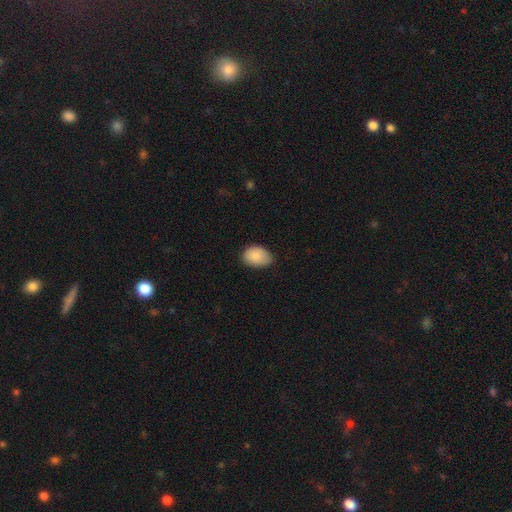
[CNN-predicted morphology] smooth_or_featured: smooth (p=0.88) [alt: star or artifact p=0.07]
how_rounded: in between (p=0.82) [alt: round p=0.17]
merging: none (p=0.71) [alt: minor disturbance p=0.24]